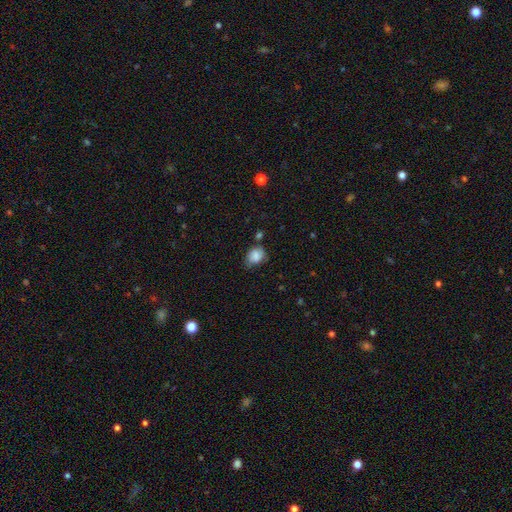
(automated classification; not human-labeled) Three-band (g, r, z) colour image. It shows a smooth galaxy with no disk features (81%) that is in between round and cigar-shaped (61%). Merging: none (52%).